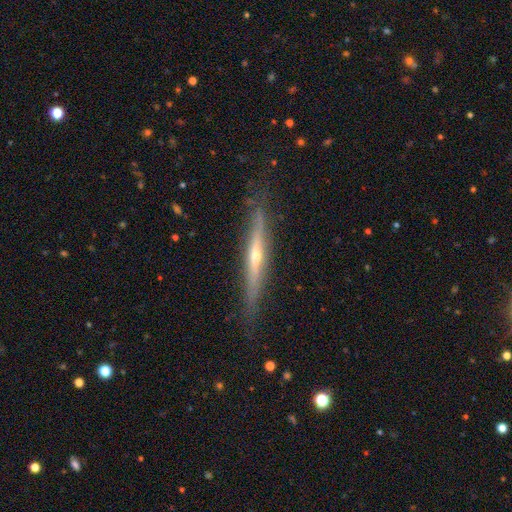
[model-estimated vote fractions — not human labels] smooth_or_featured: featured or disk (p=0.73) [alt: smooth p=0.21]
disk_edge_on: yes (p=0.95) [alt: no p=0.05]
edge_on_bulge: rounded (p=0.75) [alt: none p=0.22]
merging: none (p=0.84) [alt: minor disturbance p=0.12]